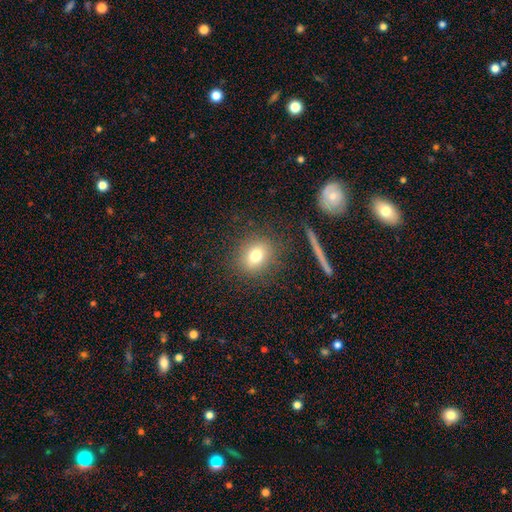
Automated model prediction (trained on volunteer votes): Smooth or featured? Predicted: smooth (p=0.75). How rounded? Predicted: round (p=0.67). Merging? Predicted: none (p=0.84).